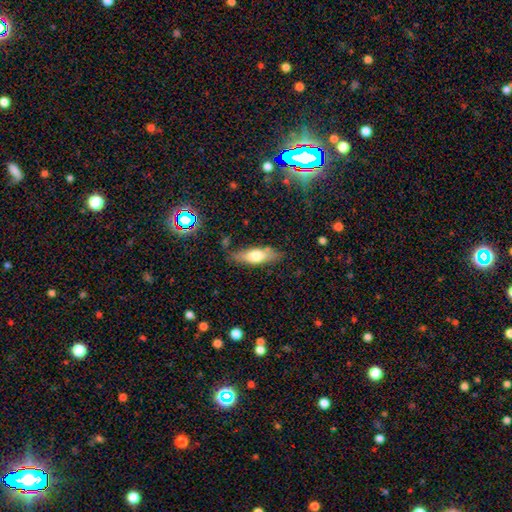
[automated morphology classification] A smooth galaxy with no disk features (64%) that is in between round and cigar-shaped (56%). Merging: none (75%).